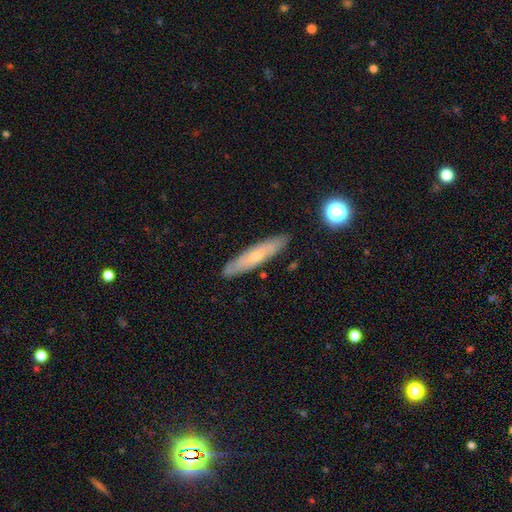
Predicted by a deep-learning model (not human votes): Smooth or featured: featured or disk — 49% (smooth — 44%)
Merging: none — 86% (minor disturbance — 11%)